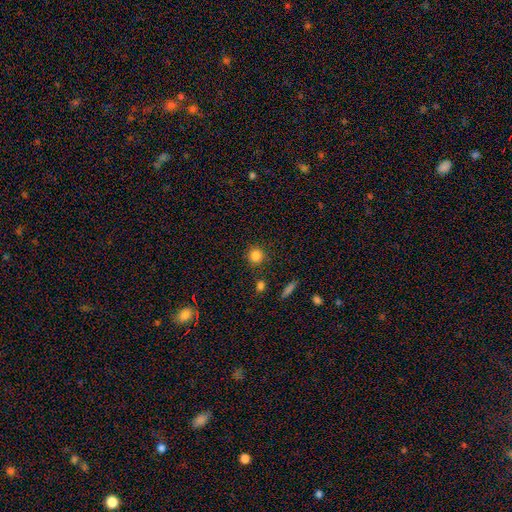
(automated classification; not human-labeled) smooth_or_featured: smooth (p=0.84) [alt: star or artifact p=0.11]
how_rounded: round (p=0.93) [alt: in between p=0.06]
merging: none (p=0.86) [alt: minor disturbance p=0.08]